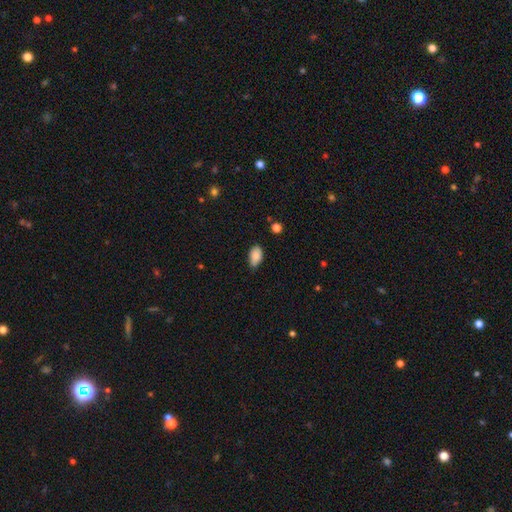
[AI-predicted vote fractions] The model was most divided on "merging": none: 70%, minor disturbance: 25%, major disturbance: 3%, merger: 1%. More confident: how rounded — in between (92%); smooth or featured — smooth (88%).